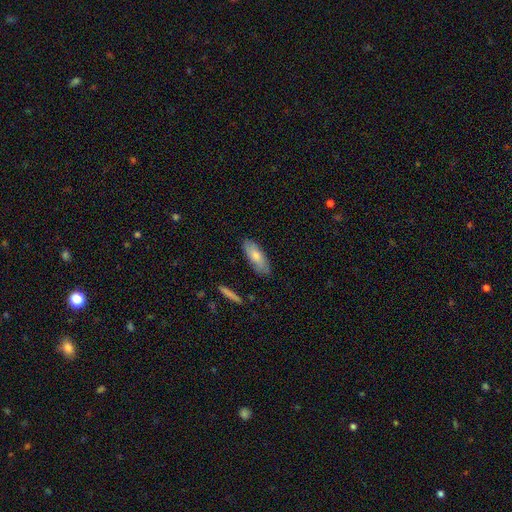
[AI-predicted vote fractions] Smooth or featured: smooth — 73% (featured or disk — 21%)
How rounded: in between — 73% (cigar-shaped — 25%)
Merging: none — 83% (minor disturbance — 13%)